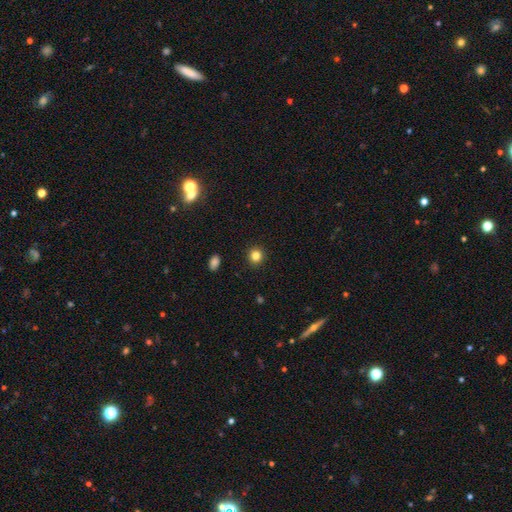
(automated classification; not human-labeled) This is clearly a smooth galaxy (83%). How rounded: clearly round (90%). Merging: clearly none (92%).